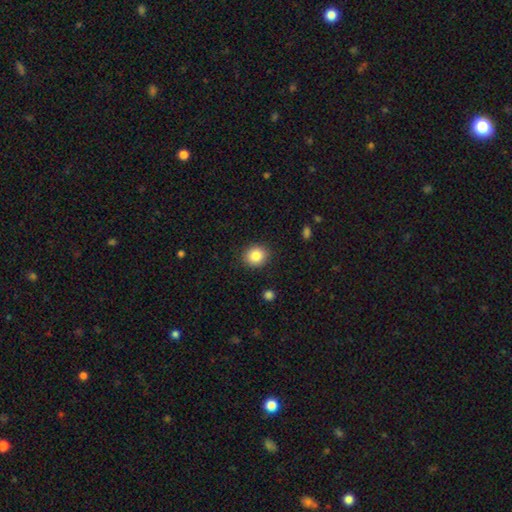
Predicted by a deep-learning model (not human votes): smooth-or-featured: smooth: 84% | star or artifact: 10% | featured or disk: 6%
  how-rounded: round: 81% | in between: 18% | cigar-shaped: 1%
  merging: none: 90% | minor disturbance: 7% | major disturbance: 2% | merger: 1%